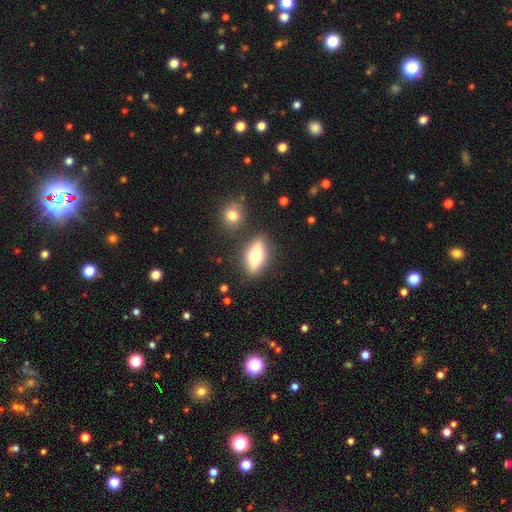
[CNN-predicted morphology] Smooth or featured? Predicted: smooth (p=0.59). How rounded? Predicted: in between (p=0.78). Merging? Predicted: none (p=0.81).